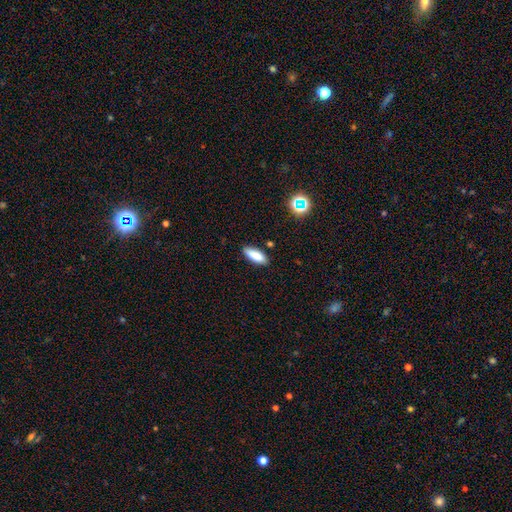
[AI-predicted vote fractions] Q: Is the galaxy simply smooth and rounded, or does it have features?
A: smooth — 84%.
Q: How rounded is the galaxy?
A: in between — 69%.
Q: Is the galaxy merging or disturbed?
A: none — 84%.